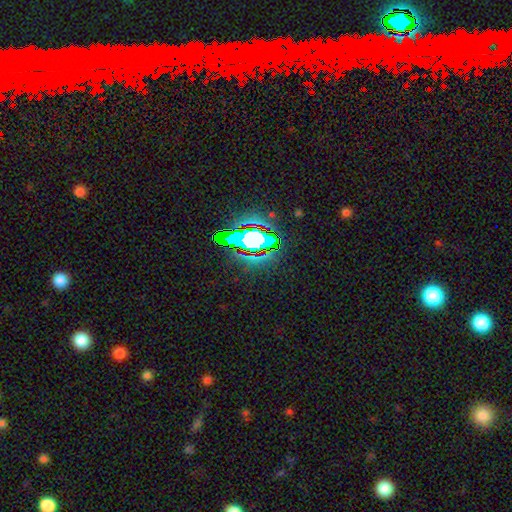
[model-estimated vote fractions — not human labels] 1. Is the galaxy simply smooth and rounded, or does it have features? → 74% star or artifact, 14% featured or disk, 12% smooth.